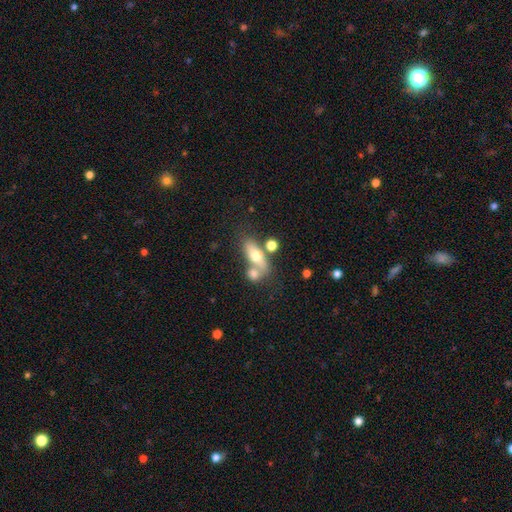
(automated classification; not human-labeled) Smooth or featured? Predicted: smooth (p=0.58). How rounded? Predicted: in between (p=0.65). Merging? Predicted: none (p=0.43).